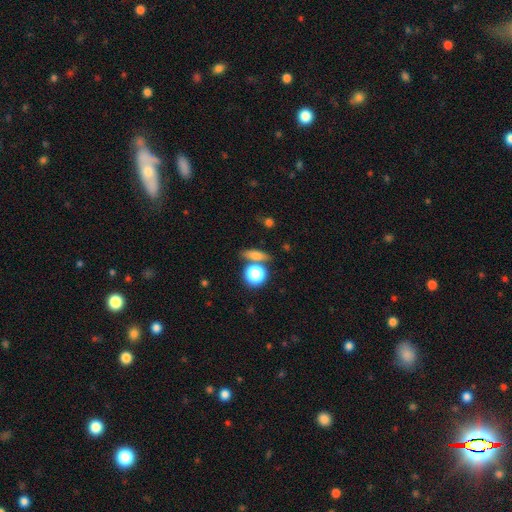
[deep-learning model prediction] The model was most divided on "how rounded": in between: 38%, cigar-shaped: 35%, round: 27%. More confident: merging — none (73%); smooth or featured — smooth (67%).